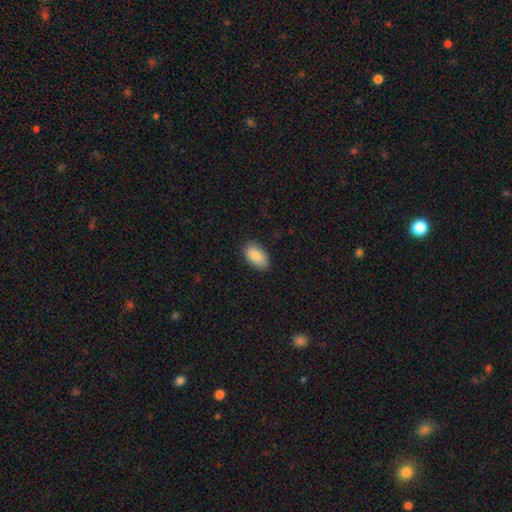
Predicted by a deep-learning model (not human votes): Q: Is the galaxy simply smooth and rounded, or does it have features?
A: smooth — 84%.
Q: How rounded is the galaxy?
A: in between — 94%.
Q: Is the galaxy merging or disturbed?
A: none — 85%.